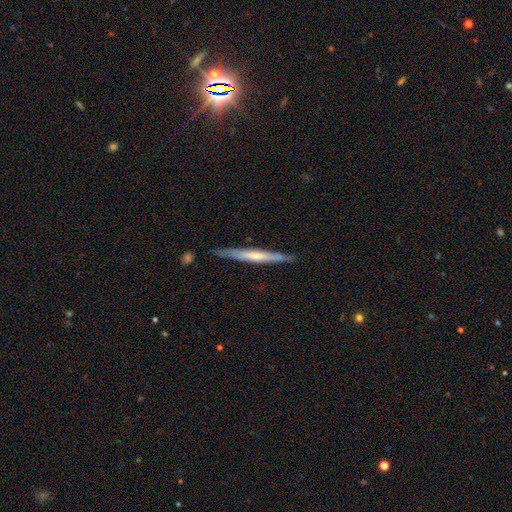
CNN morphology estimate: featured or disk 56%, smooth 39%, star or artifact 6%. Down the decision tree: edge-on disk — yes (96%); edge-on bulge — none (62%); merging — none (87%).